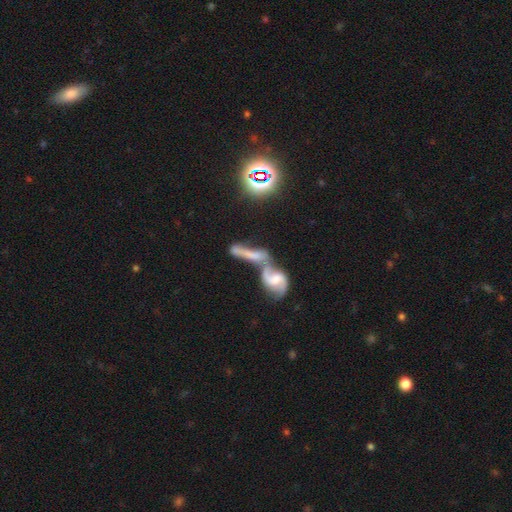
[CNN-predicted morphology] This appears to be a featured or disk galaxy (56%). Merging: merger (73%).